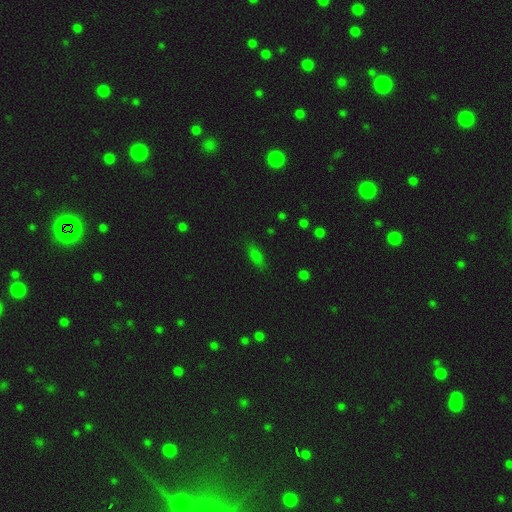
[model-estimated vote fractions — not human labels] Smooth or featured? Predicted: smooth (p=0.74). How rounded? Predicted: in between (p=0.68). Merging? Predicted: none (p=0.80).